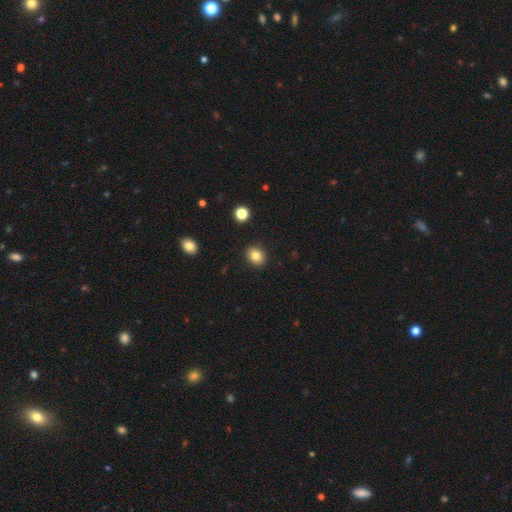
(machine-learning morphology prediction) type=smooth (83%); roundness=round (60%); merging=none (90%).